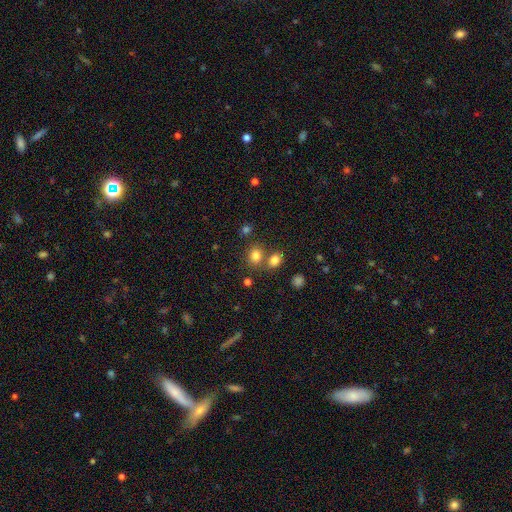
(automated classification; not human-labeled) Smooth or featured?
  - smooth: 80% *
  - star or artifact: 14%
  - featured or disk: 7%
How rounded?
  - round: 64% *
  - in between: 35%
  - cigar-shaped: 1%
Merging?
  - none: 64% *
  - merger: 23%
  - minor disturbance: 9%
  - major disturbance: 3%